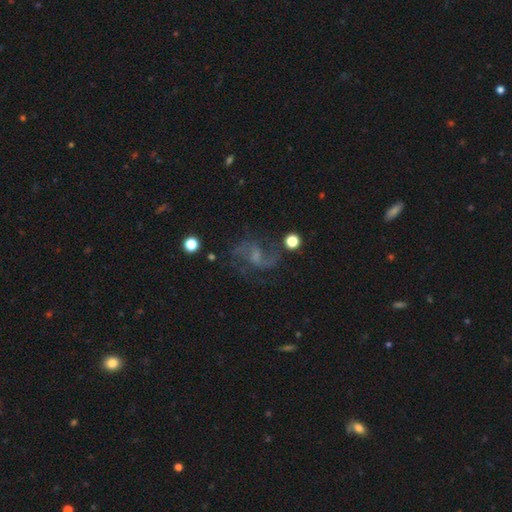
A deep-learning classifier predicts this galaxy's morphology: This appears to be a featured or disk galaxy (76%) with a weak bar (52%), 2 (86%) loose (55%) spiral arms (93%) and a small central bulge (40%). Merging: none (65%).